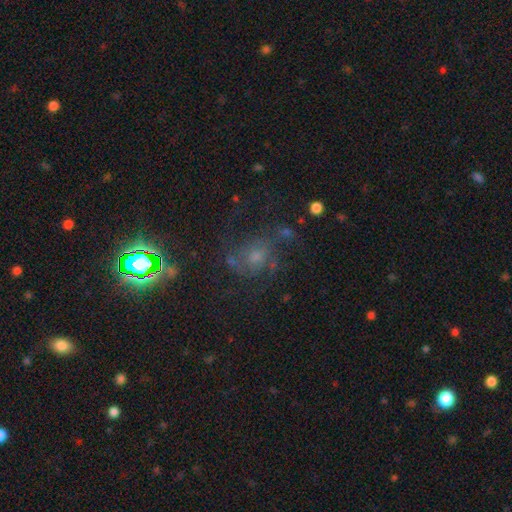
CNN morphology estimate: Smooth or featured?
  - featured or disk: 48% *
  - star or artifact: 26%
  - smooth: 26%
Merging?
  - none: 55% *
  - major disturbance: 22%
  - minor disturbance: 19%
  - merger: 4%